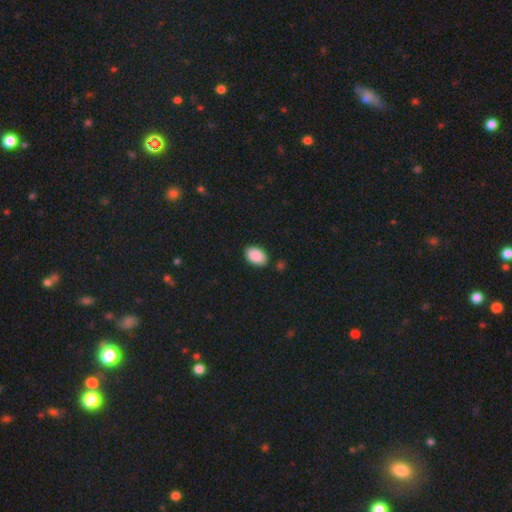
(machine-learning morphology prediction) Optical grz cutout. It shows a smooth galaxy with no disk features (90%) that is in between round and cigar-shaped (90%). Merging: none (85%).